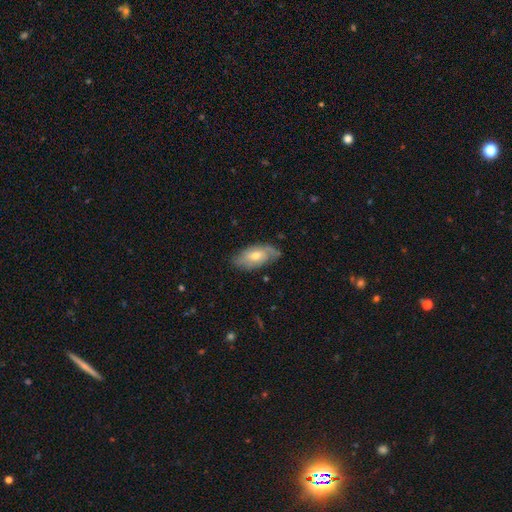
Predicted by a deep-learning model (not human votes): Smooth or featured?
  - featured or disk: 53% *
  - smooth: 40%
  - star or artifact: 7%
Edge-on disk?
  - no: 87% *
  - yes: 13%
Merging?
  - none: 67% *
  - minor disturbance: 25%
  - major disturbance: 6%
  - merger: 2%